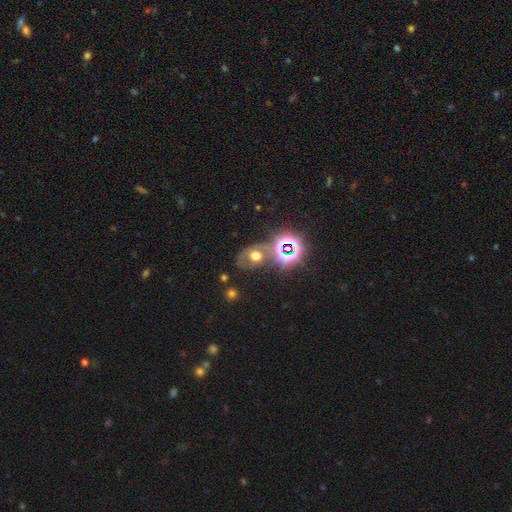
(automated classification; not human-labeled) smooth-or-featured: smooth: 42% | star or artifact: 32% | featured or disk: 26%
  merging: none: 52% | minor disturbance: 18% | merger: 16% | major disturbance: 14%